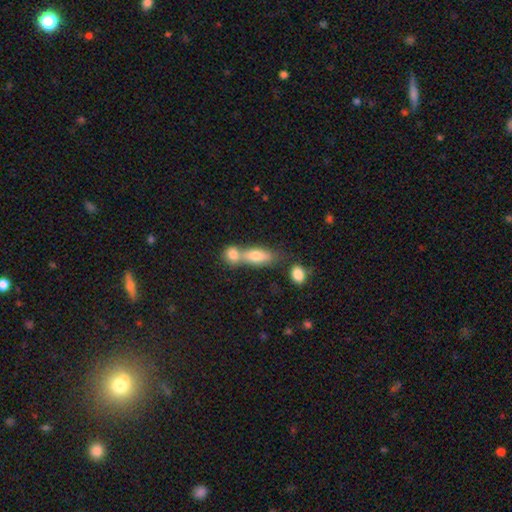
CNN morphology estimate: Smooth or featured: smooth — 73% (featured or disk — 18%)
How rounded: in between — 72% (cigar-shaped — 19%)
Merging: merger — 55% (none — 33%)